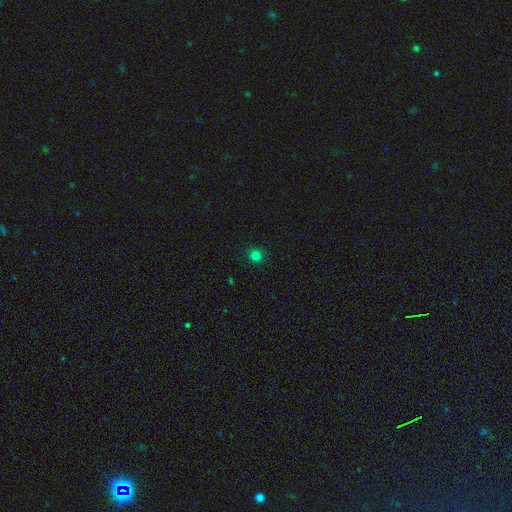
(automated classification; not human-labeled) A smooth galaxy with no disk features (80%) that is round (91%).

Vote fractions:
- Smooth or featured? smooth: 80% / star or artifact: 17% / featured or disk: 4%
- How rounded? round: 91% / in between: 8% / cigar-shaped: 1%
- Merging? none: 91% / minor disturbance: 6% / major disturbance: 2% / merger: 1%